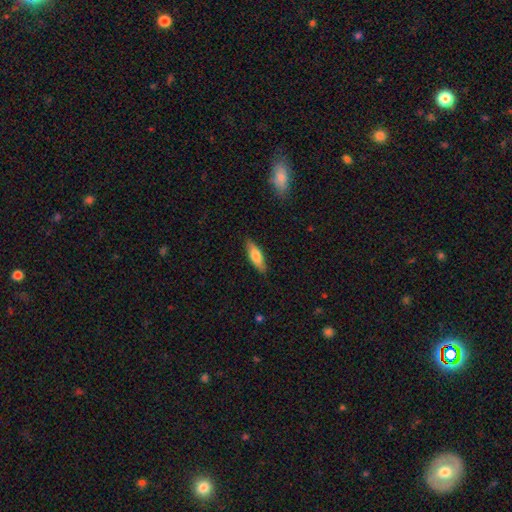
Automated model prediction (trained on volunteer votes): smooth_or_featured: smooth (p=0.71) [alt: featured or disk p=0.23]
how_rounded: in between (p=0.55) [alt: cigar-shaped p=0.43]
merging: none (p=0.85) [alt: minor disturbance p=0.11]